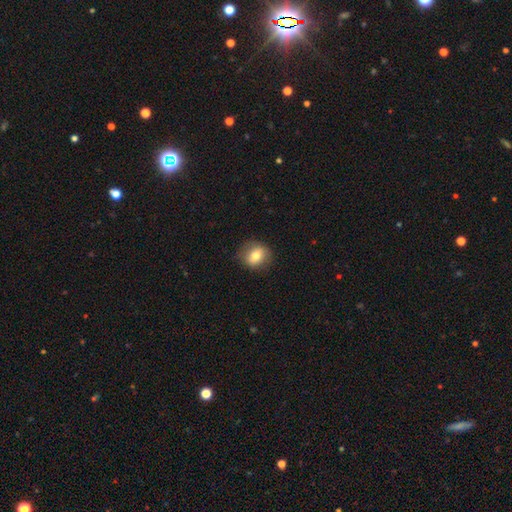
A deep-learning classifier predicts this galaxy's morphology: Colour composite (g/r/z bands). It shows a smooth galaxy with no disk features (74%) that is round (66%). Merging: none (81%).